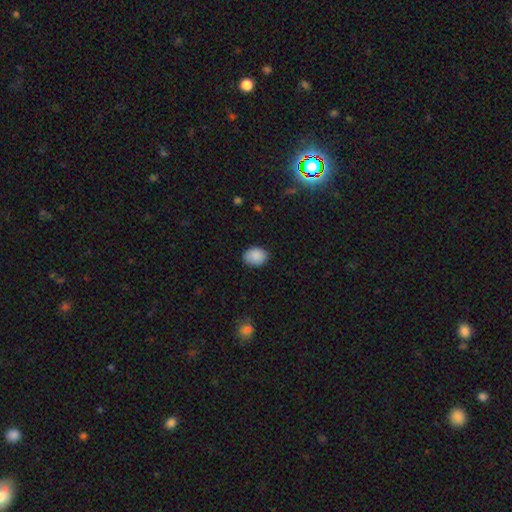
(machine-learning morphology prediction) The model was most divided on "how rounded": in between: 66%, round: 34%, cigar-shaped: 1%. More confident: smooth or featured — smooth (89%); merging — none (86%).